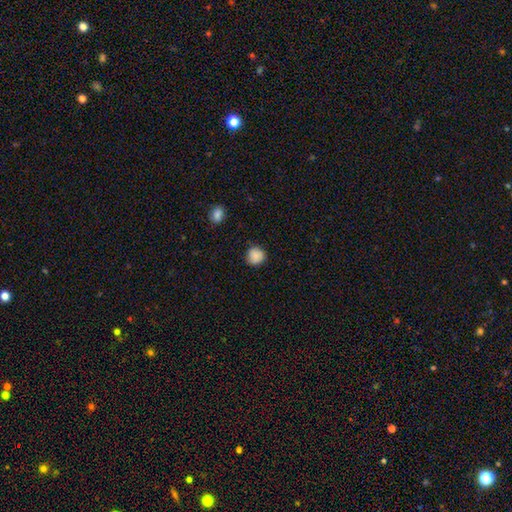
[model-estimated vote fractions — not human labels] smooth_or_featured: smooth (p=0.87) [alt: star or artifact p=0.09]
how_rounded: round (p=0.90) [alt: in between p=0.09]
merging: none (p=0.82) [alt: minor disturbance p=0.13]